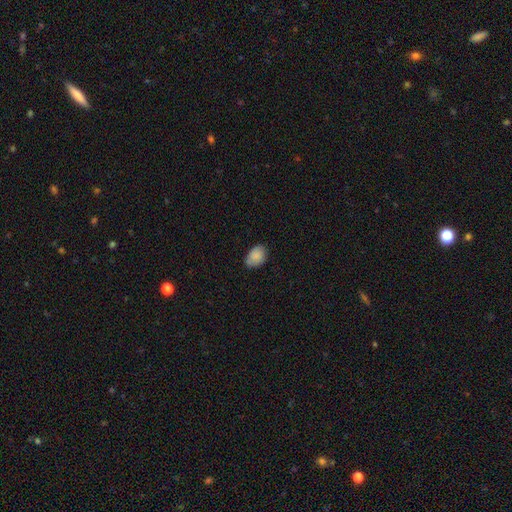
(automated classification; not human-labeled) The model was most divided on "merging": none: 64%, minor disturbance: 29%, major disturbance: 5%, merger: 2%. More confident: smooth or featured — smooth (85%); how rounded — in between (80%).